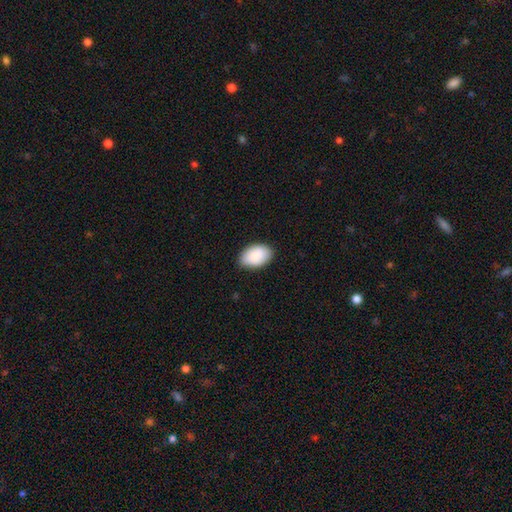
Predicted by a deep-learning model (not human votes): Overall: smooth (88%). How rounded: in between (92%). Merging: none (85%).